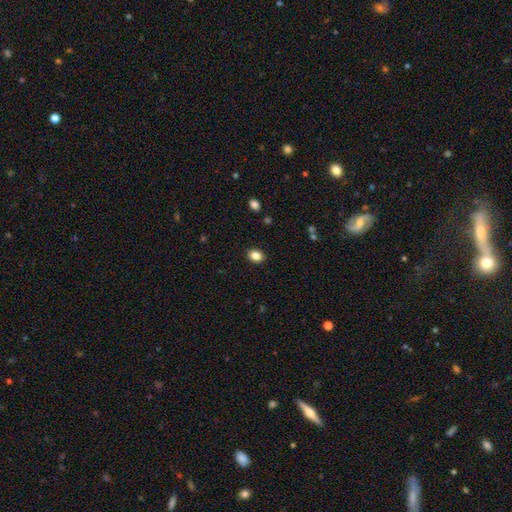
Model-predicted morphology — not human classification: Smooth or featured?
  - smooth: 85% *
  - star or artifact: 10%
  - featured or disk: 5%
How rounded?
  - in between: 64% *
  - round: 35%
  - cigar-shaped: 1%
Merging?
  - none: 89% *
  - minor disturbance: 8%
  - major disturbance: 2%
  - merger: 1%